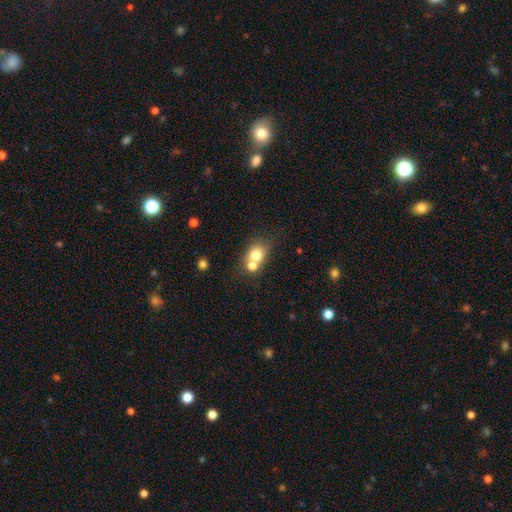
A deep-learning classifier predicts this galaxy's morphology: smooth_or_featured: smooth (p=0.73) [alt: featured or disk p=0.16]
how_rounded: round (p=0.61) [alt: in between p=0.38]
merging: merger (p=0.49) [alt: none p=0.39]